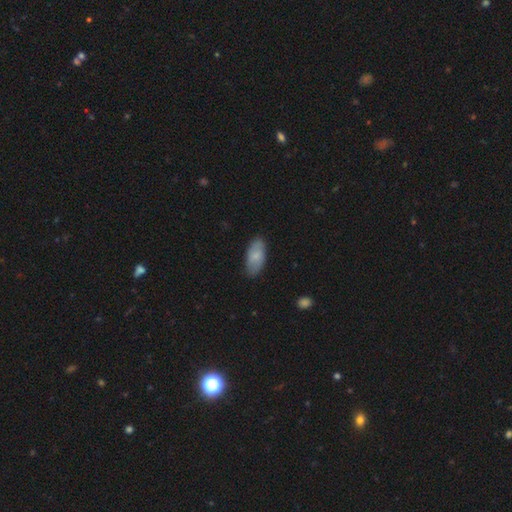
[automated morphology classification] Smooth or featured?
  - smooth: 73% *
  - featured or disk: 21%
  - star or artifact: 6%
How rounded?
  - in between: 91% *
  - cigar-shaped: 7%
  - round: 2%
Merging?
  - none: 83% *
  - minor disturbance: 14%
  - major disturbance: 3%
  - merger: 1%